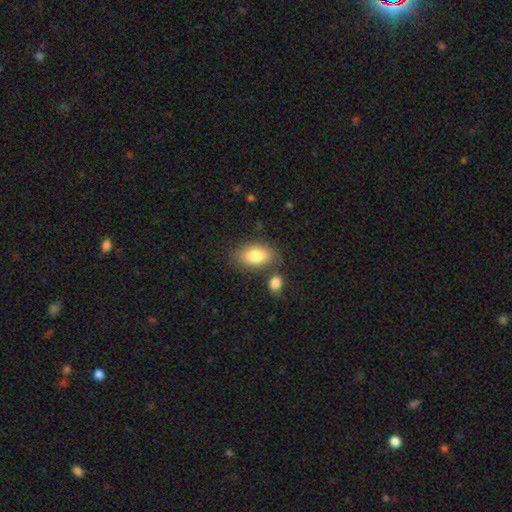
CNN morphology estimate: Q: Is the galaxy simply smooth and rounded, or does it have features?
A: smooth — 82%.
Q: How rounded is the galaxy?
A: in between — 91%.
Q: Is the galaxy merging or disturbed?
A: none — 69%.